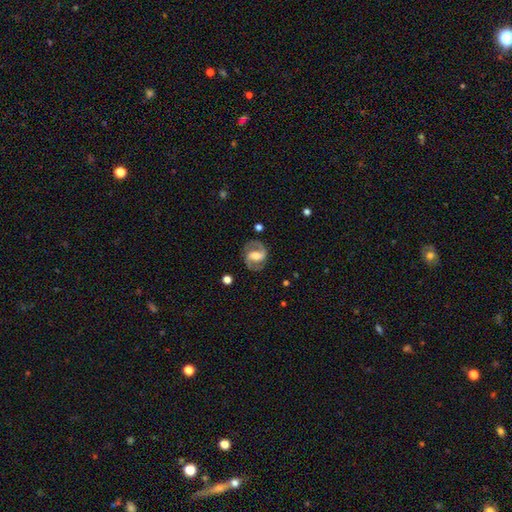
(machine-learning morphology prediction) featured or disk 85%, smooth 10%, star or artifact 5%. Down the decision tree: edge-on disk — no (97%); bar — weak (42%); spiral arms — yes (95%); spiral arm count — 2 (92%); spiral winding — medium (58%); bulge size — moderate (52%); merging — none (82%).